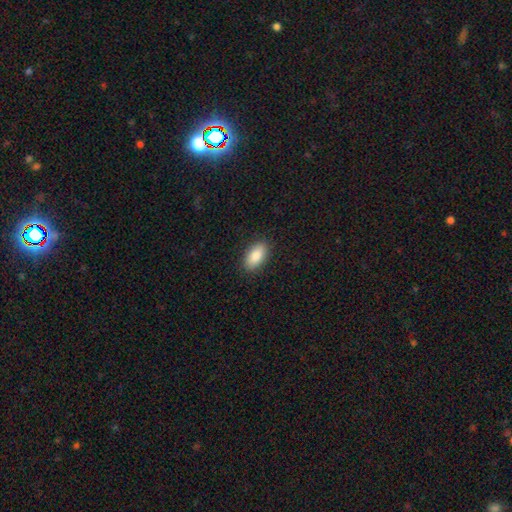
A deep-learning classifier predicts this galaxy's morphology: smooth_or_featured: smooth (p=0.87) [alt: star or artifact p=0.07]
how_rounded: in between (p=0.93) [alt: cigar-shaped p=0.04]
merging: none (p=0.89) [alt: minor disturbance p=0.08]